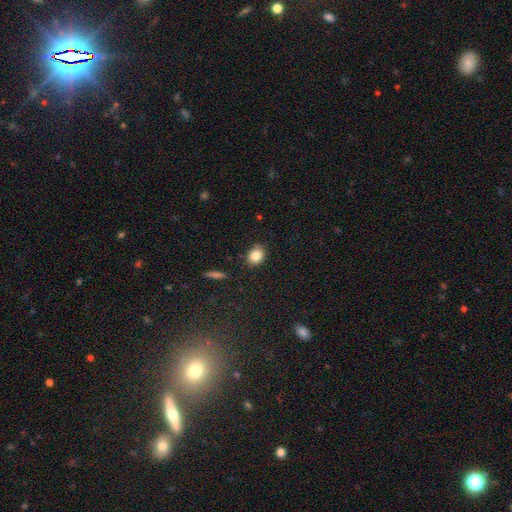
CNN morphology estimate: Smooth or featured? smooth (83%)
How rounded? round (51%)
Merging? none (82%)